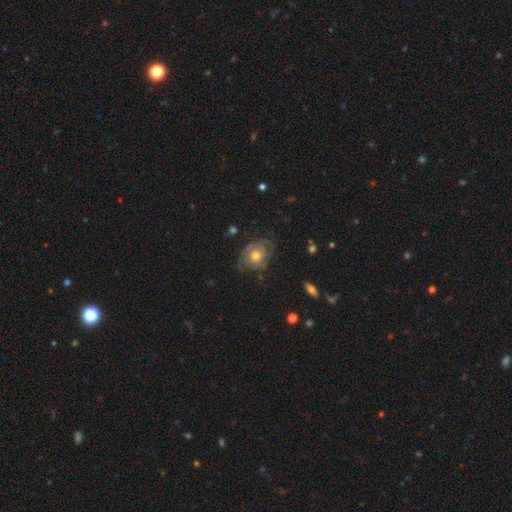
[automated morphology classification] This is likely a featured or disk galaxy (66%). It is clearly not viewed edge-on (96%). Bar: clearly no (82%). Spiral arm pattern: likely yes (77%). Central bulge: likely moderate (64%). Merging: likely none (62%).